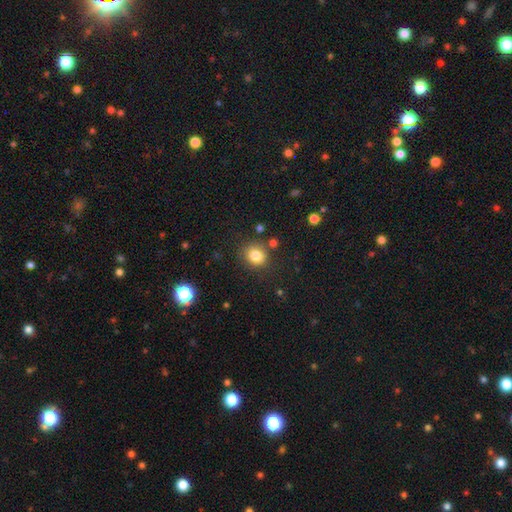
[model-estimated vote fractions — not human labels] Smooth or featured: smooth — 83% (star or artifact — 11%)
How rounded: round — 76% (in between — 23%)
Merging: none — 79% (minor disturbance — 12%)